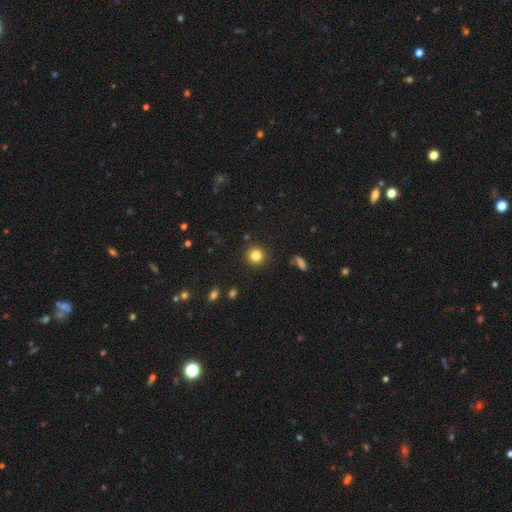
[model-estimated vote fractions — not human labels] The model was most divided on "smooth or featured": smooth: 83%, star or artifact: 12%, featured or disk: 6%. More confident: how rounded — round (92%); merging — none (90%).